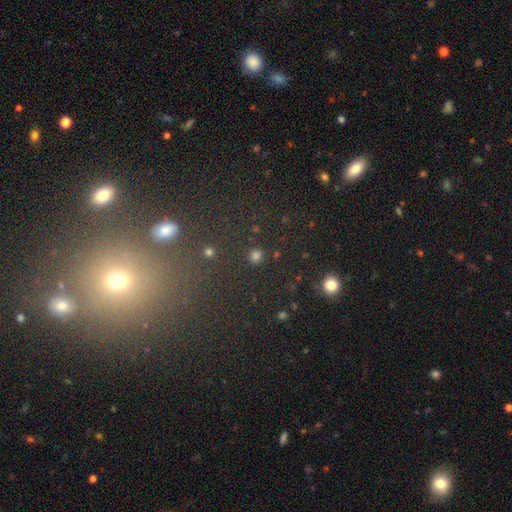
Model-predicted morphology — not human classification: The model was most divided on "smooth or featured": smooth: 48%, star or artifact: 40%, featured or disk: 11%. More confident: merging — none (75%).